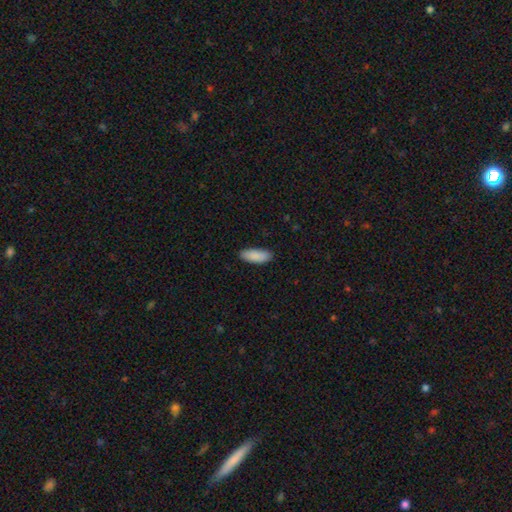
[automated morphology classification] Overall: smooth (90%). How rounded: in between (82%). Merging: none (88%).